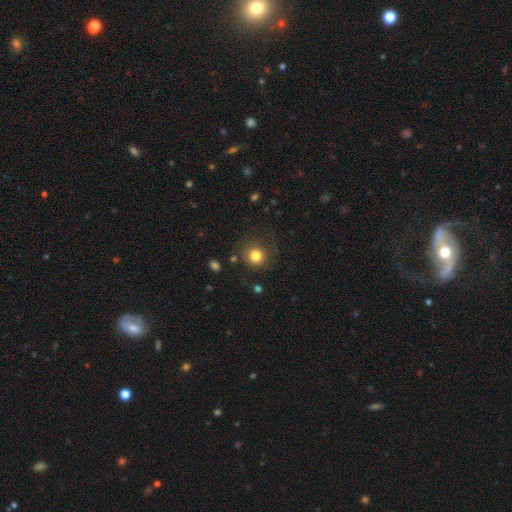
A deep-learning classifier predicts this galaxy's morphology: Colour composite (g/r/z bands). It shows a smooth galaxy with no disk features (80%) that is round (88%). Merging: none (78%).